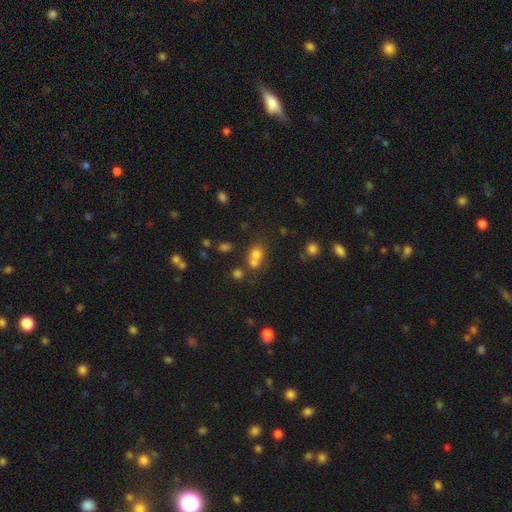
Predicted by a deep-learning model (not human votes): smooth 68%, star or artifact 18%, featured or disk 13%. Down the decision tree: how rounded — round (65%); merging — merger (50%).